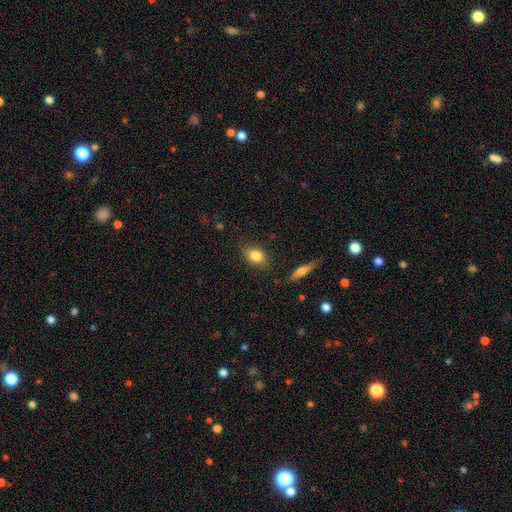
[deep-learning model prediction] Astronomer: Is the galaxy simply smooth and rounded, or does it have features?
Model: smooth — 81%.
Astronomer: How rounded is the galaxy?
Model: in between — 71%.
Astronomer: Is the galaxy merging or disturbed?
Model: none — 82%.